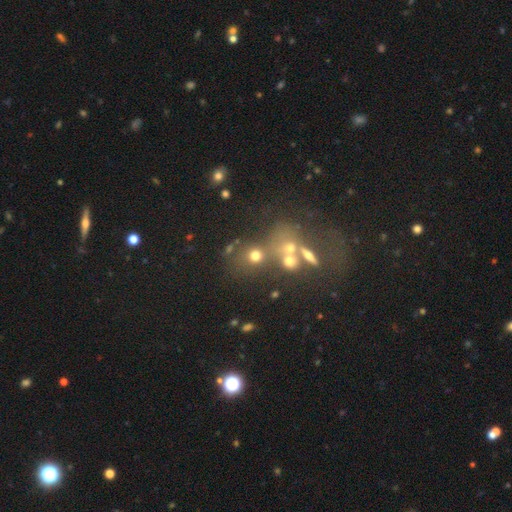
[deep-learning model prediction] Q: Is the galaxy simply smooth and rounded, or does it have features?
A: smooth — 62%.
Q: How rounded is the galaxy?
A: round — 79%.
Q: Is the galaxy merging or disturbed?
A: none — 51%.